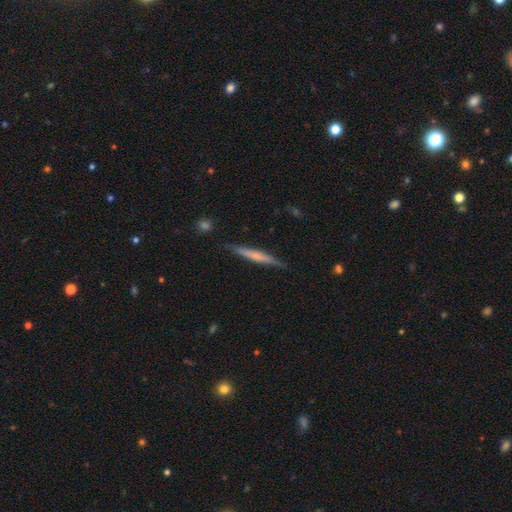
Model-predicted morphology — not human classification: type=featured or disk (56%); edge-on=yes (97%); edge-on bulge=none (46%); merging=none (88%).